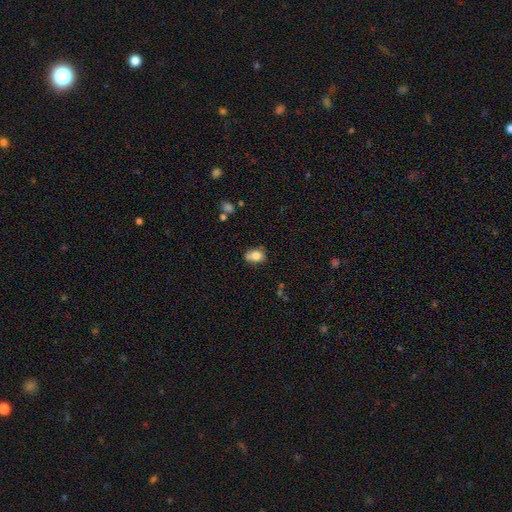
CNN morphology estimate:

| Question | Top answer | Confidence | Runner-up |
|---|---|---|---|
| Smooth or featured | smooth | 78% | featured or disk (12%) |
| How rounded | in between | 61% | round (38%) |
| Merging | none | 54% | minor disturbance (25%) |